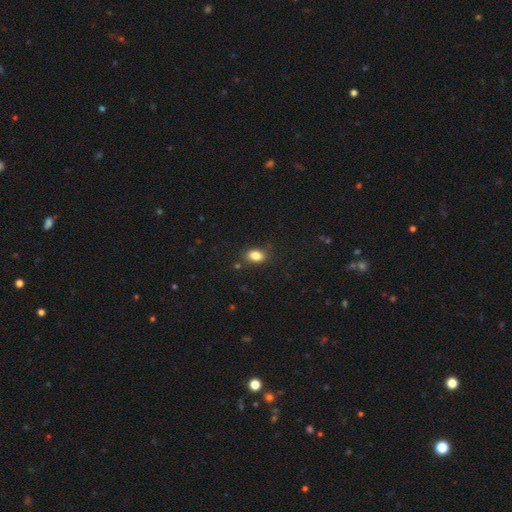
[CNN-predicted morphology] smooth 84%, star or artifact 10%, featured or disk 6%. Down the decision tree: how rounded — in between (78%); merging — none (83%).